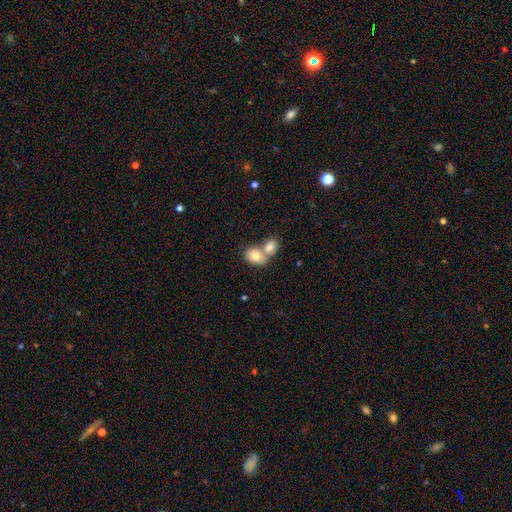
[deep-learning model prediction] Smooth or featured: smooth — 81% (featured or disk — 12%)
How rounded: in between — 67% (round — 32%)
Merging: merger — 67% (none — 23%)